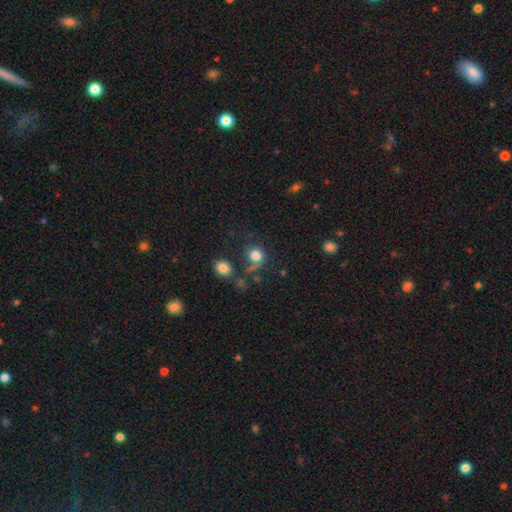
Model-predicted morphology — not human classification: A smooth galaxy with no disk features (79%) that is round (78%).

Vote fractions:
- Smooth or featured? smooth: 79% / star or artifact: 11% / featured or disk: 10%
- How rounded? round: 78% / in between: 21% / cigar-shaped: 1%
- Merging? none: 47% / major disturbance: 20% / minor disturbance: 19% / merger: 14%